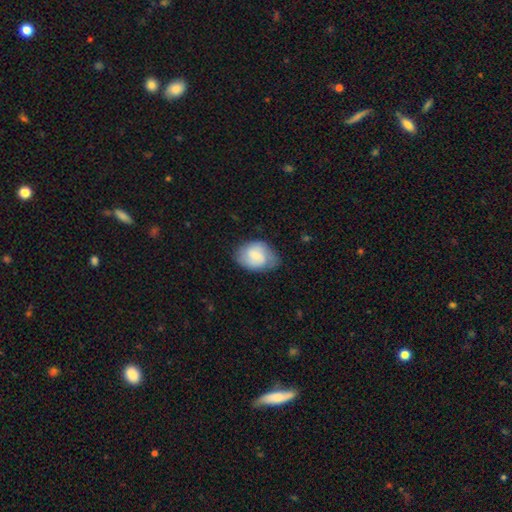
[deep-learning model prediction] Overall: smooth (63%; featured or disk 30%). How rounded: in between (68%; round 31%). Merging: none (63%; minor disturbance 27%).